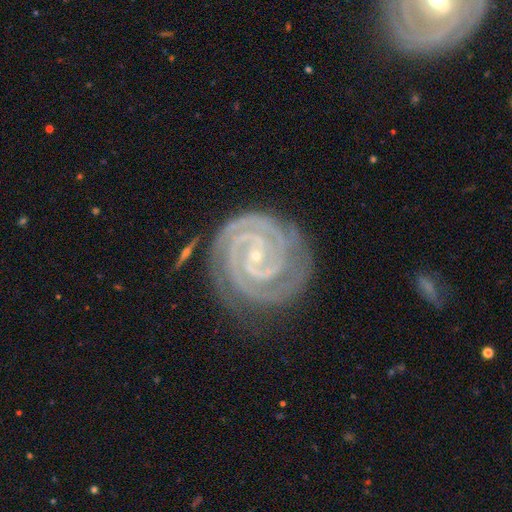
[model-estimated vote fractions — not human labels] A featured or disk galaxy (93%) with no bar (51%), 2 (56%) tight (88%) spiral arms (99%) and a small central bulge (89%).

Vote fractions:
- Smooth or featured? featured or disk: 93% / star or artifact: 5% / smooth: 2%
- Edge-on disk? no: 98% / yes: 2%
- Bar? no: 51% / weak: 29% / strong: 20%
- Spiral arms? yes: 99% / no: 1%
- Spiral winding? tight: 88% / medium: 11% / loose: 1%
- Spiral arm count? 2: 56% / 3: 21% / 4: 8% / can't tell: 6% / more than 4: 5% / 1: 4%
- Bulge size? small: 89% / moderate: 8% / none: 2% / large: 1% / dominant: 1%
- Merging? none: 80% / minor disturbance: 14% / major disturbance: 4% / merger: 2%